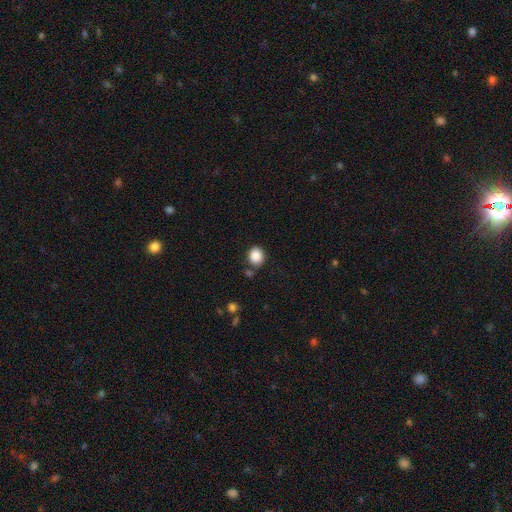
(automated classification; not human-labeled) Morphology: type=smooth (87%); roundness=round (72%); merging=none (76%).